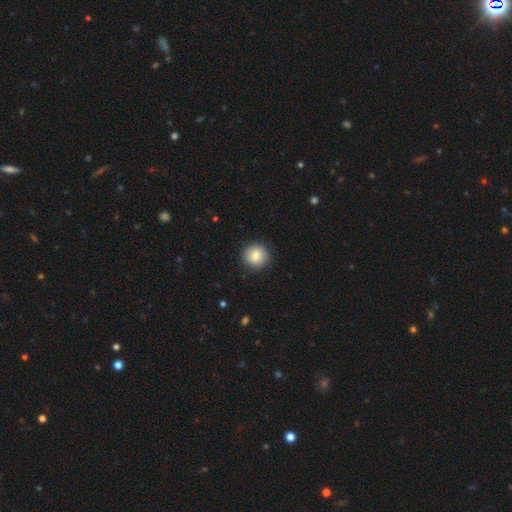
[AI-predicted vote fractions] Overall: smooth (81%). How rounded: round (93%). Merging: none (89%).